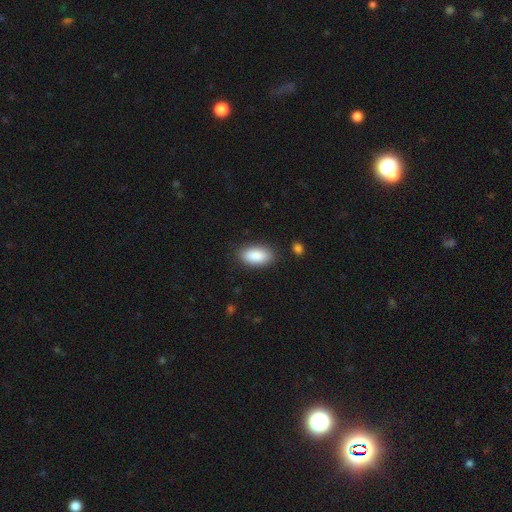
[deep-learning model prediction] Q: Smooth or featured?
A: smooth (90%); runner-up: star or artifact (6%)
Q: How rounded?
A: in between (93%); runner-up: cigar-shaped (4%)
Q: Merging?
A: none (86%); runner-up: minor disturbance (10%)